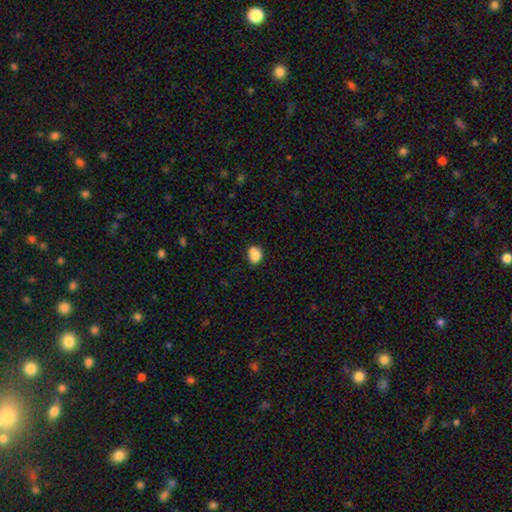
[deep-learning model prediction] A smooth galaxy with no disk features (79%) that is round (50%).

Vote fractions:
- Smooth or featured? smooth: 79% / featured or disk: 11% / star or artifact: 10%
- How rounded? round: 50% / in between: 49% / cigar-shaped: 1%
- Merging? none: 49% / merger: 27% / minor disturbance: 18% / major disturbance: 5%